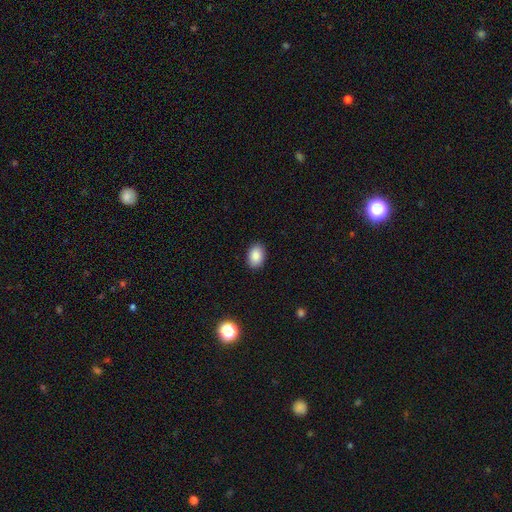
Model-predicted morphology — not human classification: Smooth or featured? Predicted: smooth (p=0.87). How rounded? Predicted: in between (p=0.82). Merging? Predicted: none (p=0.89).